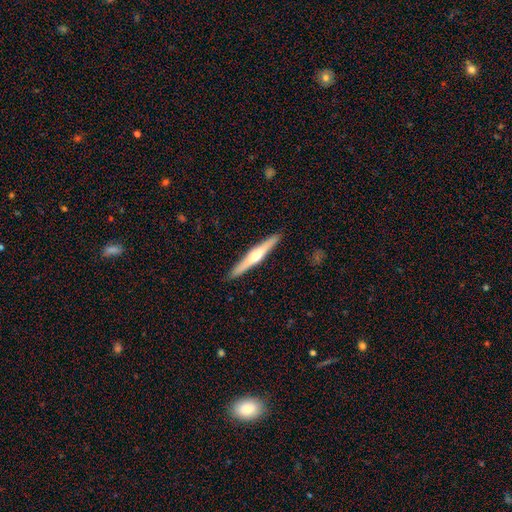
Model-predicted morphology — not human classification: smooth_or_featured: featured or disk (p=0.61) [alt: smooth p=0.34]
disk_edge_on: yes (p=0.97) [alt: no p=0.03]
edge_on_bulge: rounded (p=0.85) [alt: none p=0.11]
merging: none (p=0.91) [alt: minor disturbance p=0.06]